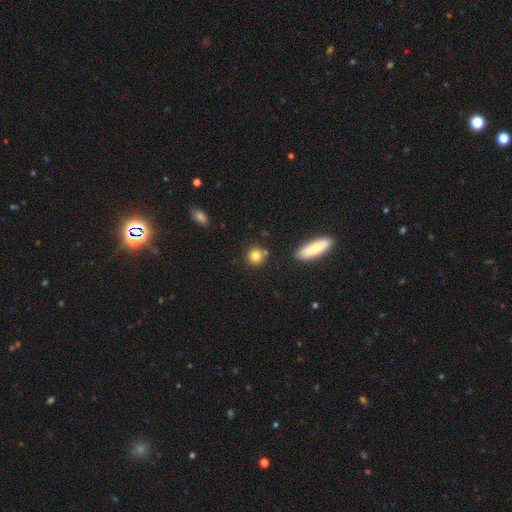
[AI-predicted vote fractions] A smooth galaxy with no disk features (82%) that is round (87%). Merging: none (80%).